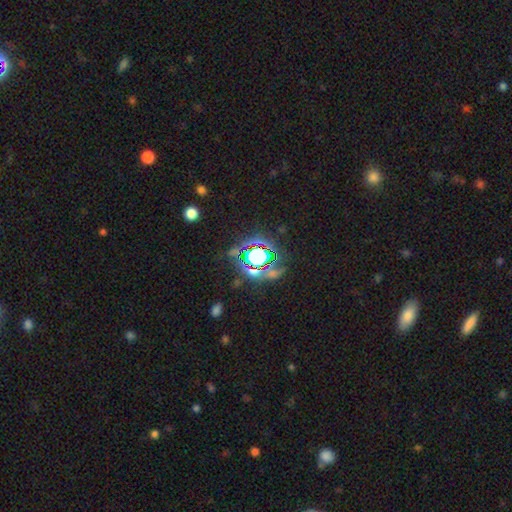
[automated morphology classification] This is likely a star or artifact rather than a galaxy (69%).